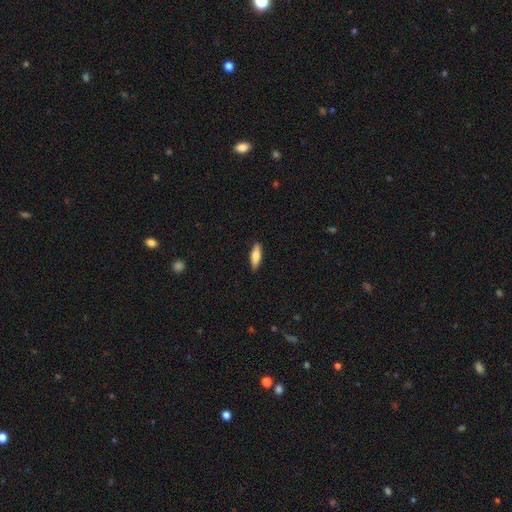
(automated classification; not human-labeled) A smooth galaxy with no disk features (72%) that is in between round and cigar-shaped (54%). Merging: none (88%).